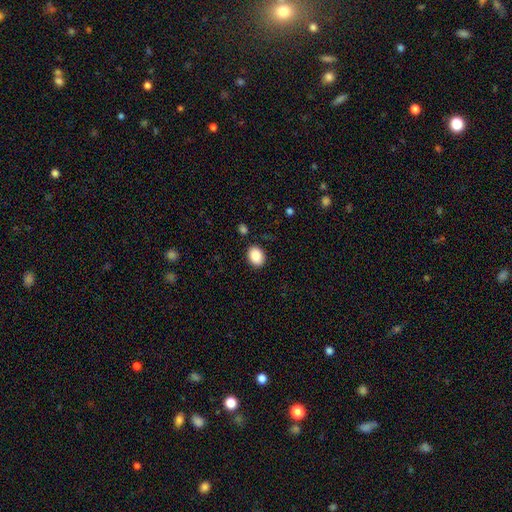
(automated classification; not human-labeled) Morphology: type=smooth (89%); roundness=in between (72%); merging=none (86%).